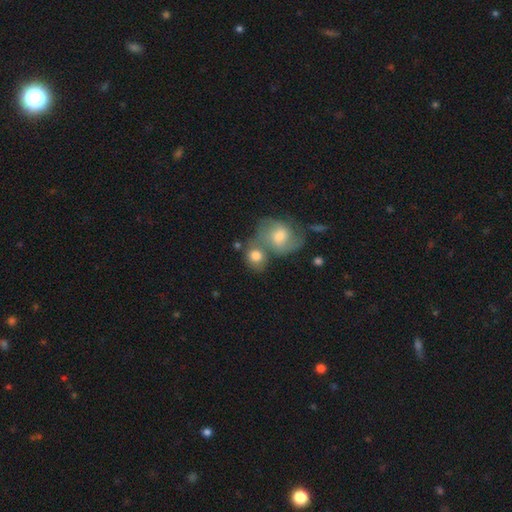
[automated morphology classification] This is likely a smooth galaxy (67%). How rounded: likely round (67%). Merging: possibly merger (48%).